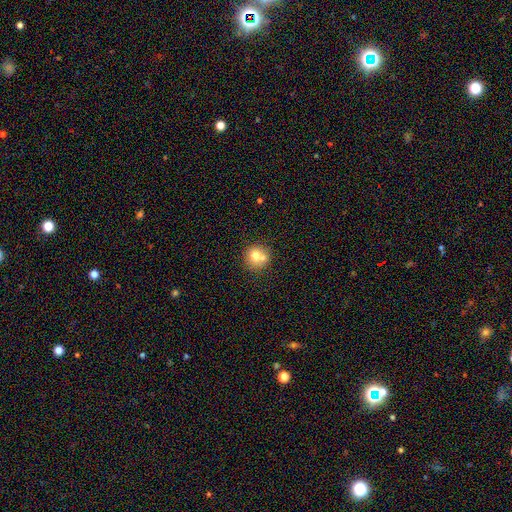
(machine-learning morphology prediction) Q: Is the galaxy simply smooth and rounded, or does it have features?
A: smooth — 72%.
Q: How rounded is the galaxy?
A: round — 90%.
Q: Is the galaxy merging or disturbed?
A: none — 55%.